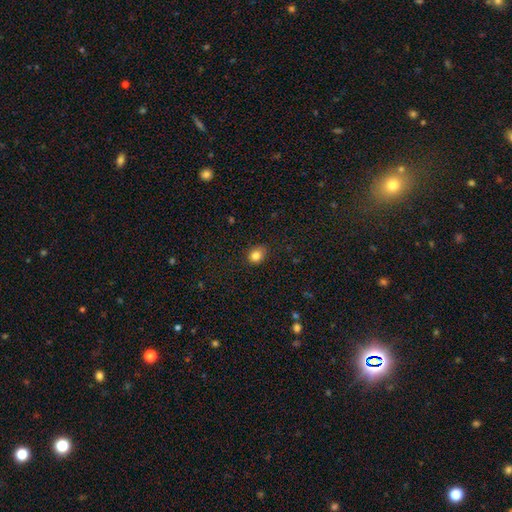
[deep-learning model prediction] Smooth or featured: smooth — 83% (star or artifact — 11%)
How rounded: round — 59% (in between — 40%)
Merging: none — 83% (minor disturbance — 14%)